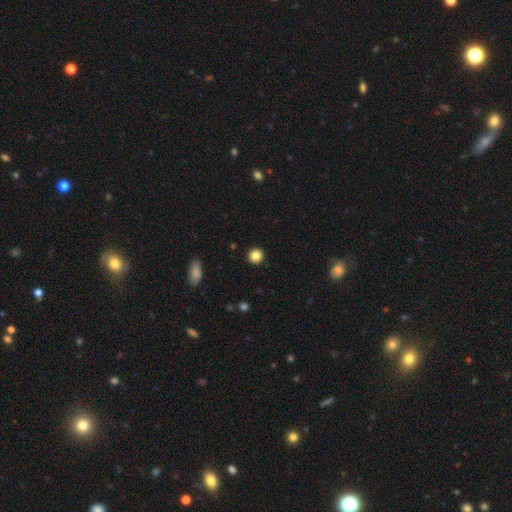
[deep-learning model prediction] smooth-or-featured: smooth: 85% | star or artifact: 11% | featured or disk: 4%
  how-rounded: round: 93% | in between: 6% | cigar-shaped: 1%
  merging: none: 92% | minor disturbance: 5% | major disturbance: 2% | merger: 1%